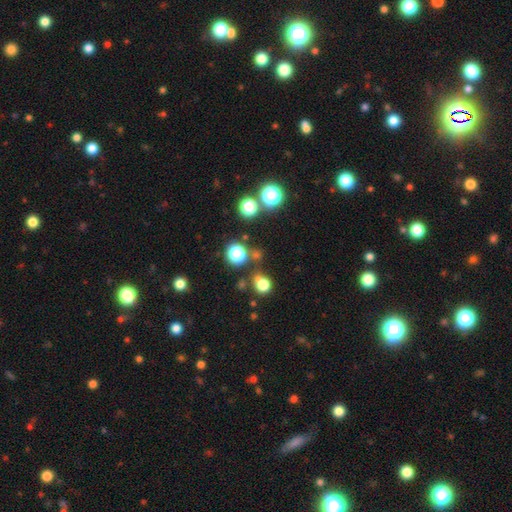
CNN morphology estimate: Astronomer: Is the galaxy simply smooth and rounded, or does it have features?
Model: smooth — 49% (runner-up: star or artifact, 44%).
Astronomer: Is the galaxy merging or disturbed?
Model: none — 79%.